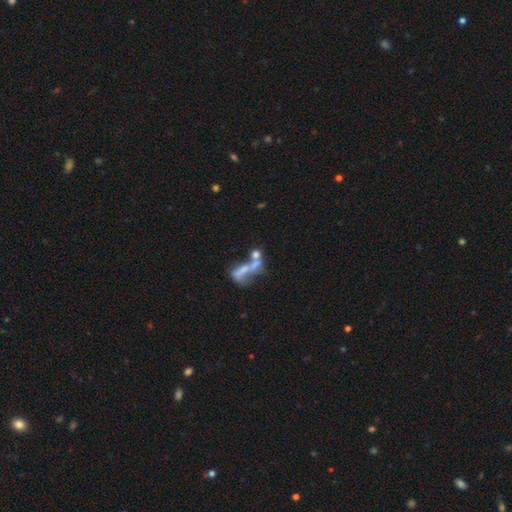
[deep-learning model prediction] smooth 42% (tied), featured or disk 42% (tied), star or artifact 17%. Down the decision tree: merging — merger (55%).